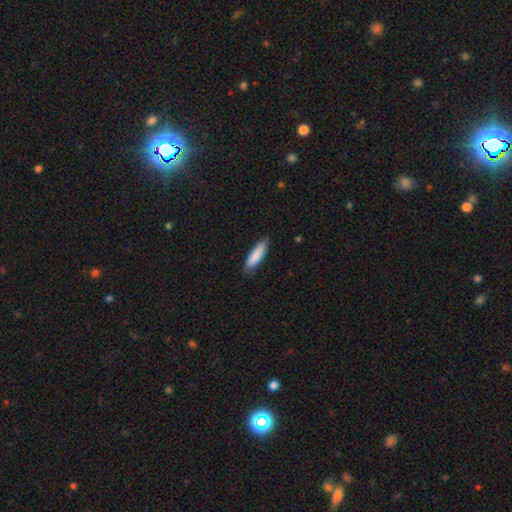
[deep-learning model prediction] Overall: smooth (86%). How rounded: cigar-shaped (65%; in between 34%). Merging: none (84%).